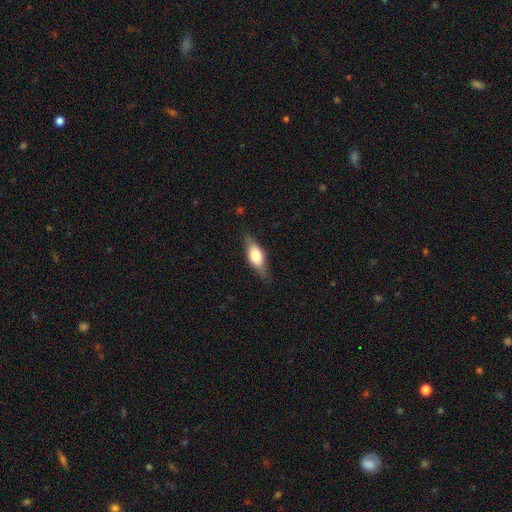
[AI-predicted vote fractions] A smooth galaxy with no disk features (61%) that is in between round and cigar-shaped (70%). Merging: none (79%).